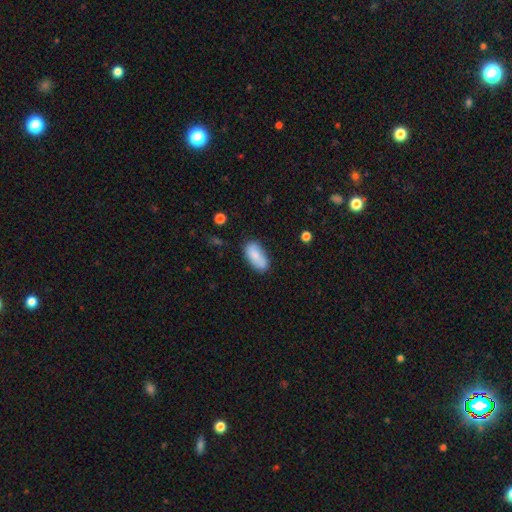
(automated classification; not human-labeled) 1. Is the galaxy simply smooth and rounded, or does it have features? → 83% smooth, 11% featured or disk, 7% star or artifact.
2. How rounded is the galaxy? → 90% in between, 7% cigar-shaped, 3% round.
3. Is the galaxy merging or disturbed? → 66% none, 21% minor disturbance, 8% merger, 5% major disturbance.